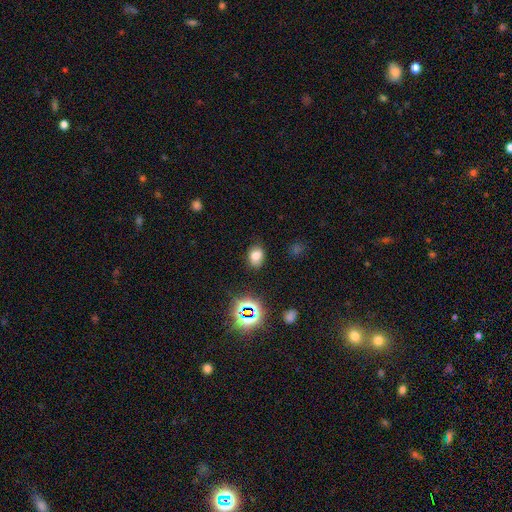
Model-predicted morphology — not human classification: Smooth or featured? Predicted: smooth (p=0.72). How rounded? Predicted: in between (p=0.69). Merging? Predicted: none (p=0.79).